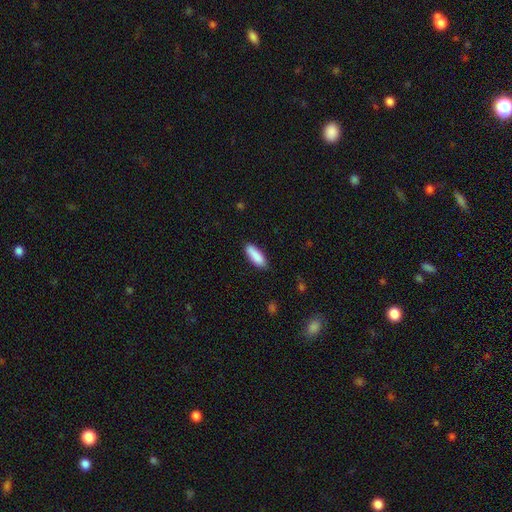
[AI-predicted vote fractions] Smooth or featured? Predicted: smooth (p=0.89). How rounded? Predicted: in between (p=0.58). Merging? Predicted: none (p=0.86).